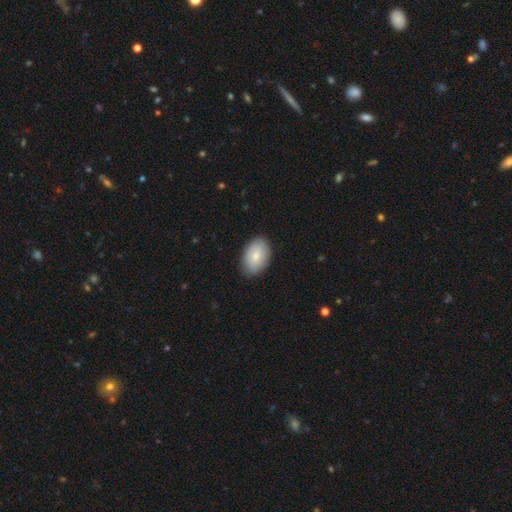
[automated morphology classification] This appears to be a smooth galaxy with no disk features (80%) that is in between round and cigar-shaped (90%). Merging: none (82%).